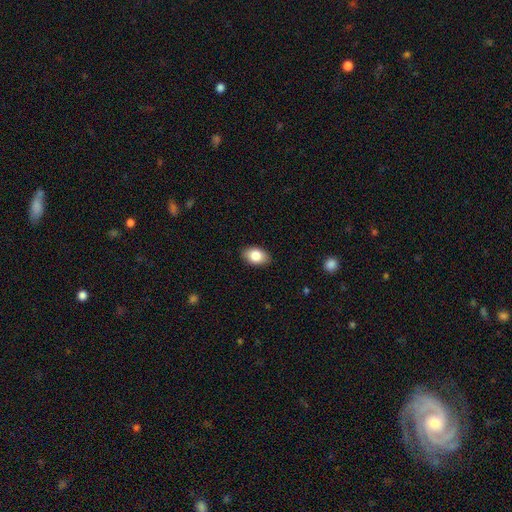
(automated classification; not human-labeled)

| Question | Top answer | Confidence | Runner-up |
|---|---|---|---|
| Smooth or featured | smooth | 83% | featured or disk (10%) |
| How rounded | in between | 87% | round (12%) |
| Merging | none | 87% | minor disturbance (10%) |